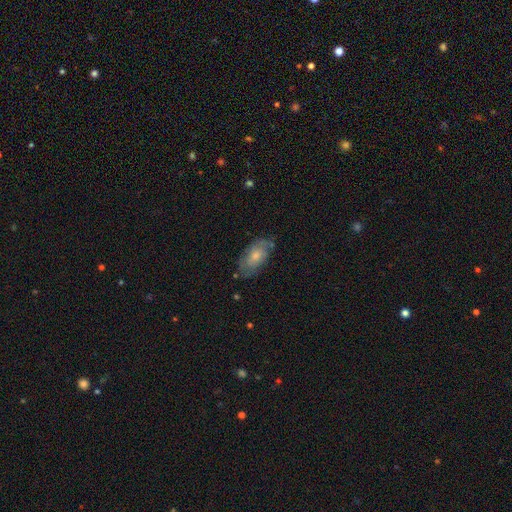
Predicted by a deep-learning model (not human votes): smooth 50%, featured or disk 43%, star or artifact 7%. Down the decision tree: merging — none (65%).